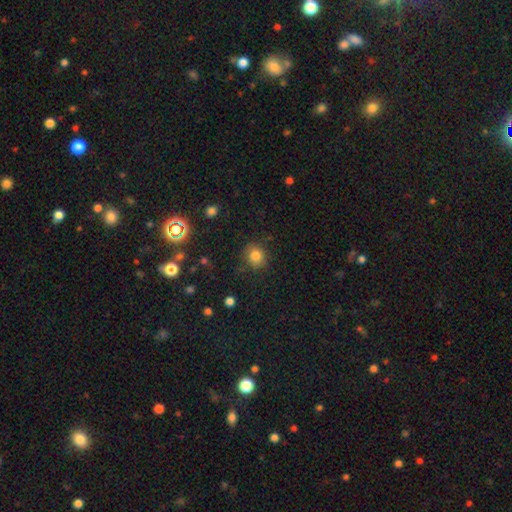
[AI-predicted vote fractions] A smooth galaxy with no disk features (80%) that is round (80%). Merging: none (83%).